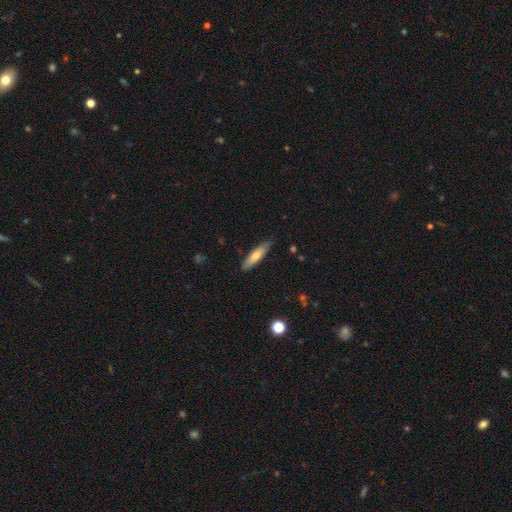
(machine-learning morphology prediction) This appears to be a smooth galaxy with no disk features (67%) that is cigar-shaped (70%). Merging: none (80%).